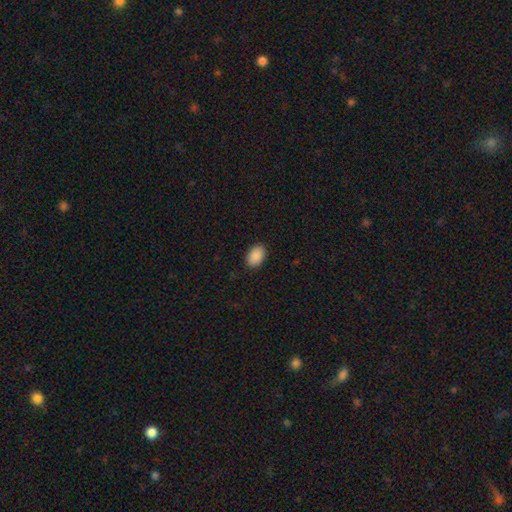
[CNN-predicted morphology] smooth_or_featured: smooth (p=0.90) [alt: star or artifact p=0.07]
how_rounded: in between (p=0.88) [alt: round p=0.11]
merging: none (p=0.89) [alt: minor disturbance p=0.08]